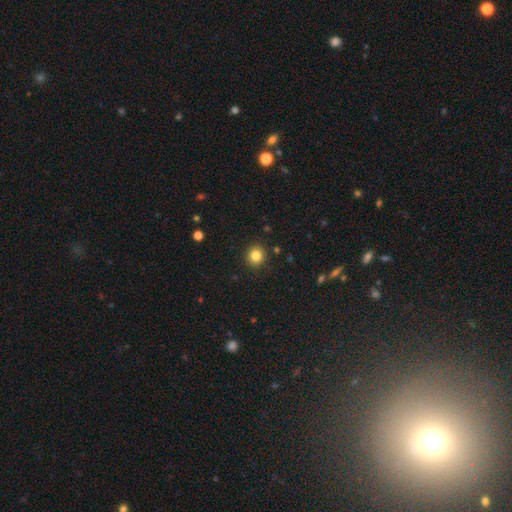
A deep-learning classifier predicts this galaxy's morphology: Overall: smooth (83%). How rounded: round (90%). Merging: none (92%).